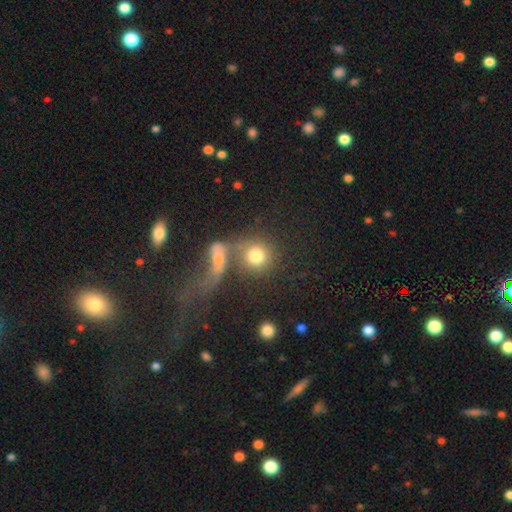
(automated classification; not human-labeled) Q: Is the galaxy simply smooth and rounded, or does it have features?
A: smooth — 74%.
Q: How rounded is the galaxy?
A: round — 84%.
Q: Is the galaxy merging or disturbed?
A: merger — 40%.